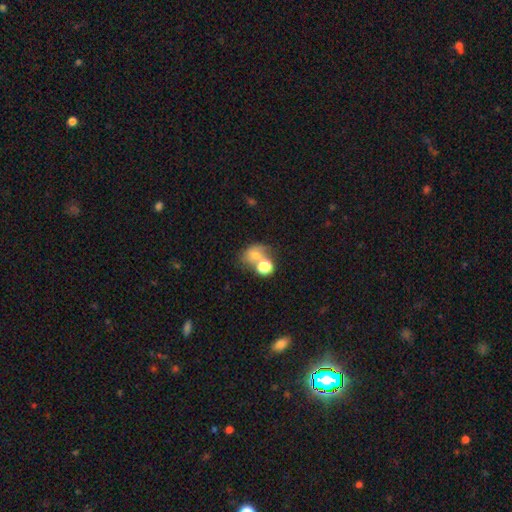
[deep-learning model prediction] A smooth galaxy with no disk features (65%) that is round (56%).

Vote fractions:
- Smooth or featured? smooth: 65% / featured or disk: 19% / star or artifact: 16%
- How rounded? round: 56% / in between: 43% / cigar-shaped: 1%
- Merging? merger: 43% / none: 36% / minor disturbance: 13% / major disturbance: 9%